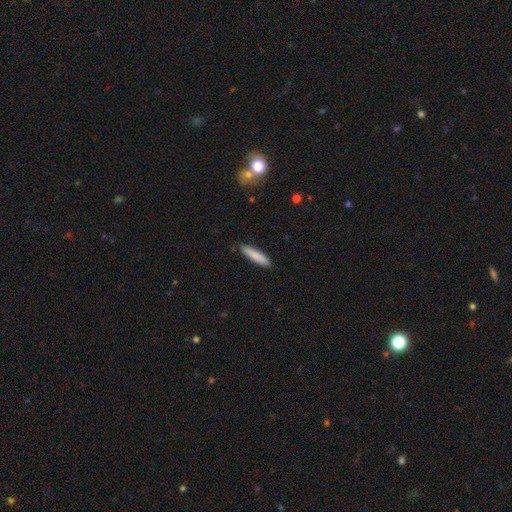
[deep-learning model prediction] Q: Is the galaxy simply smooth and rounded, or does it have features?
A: smooth — 85%.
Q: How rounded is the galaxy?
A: cigar-shaped — 84%.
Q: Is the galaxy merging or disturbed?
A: none — 87%.